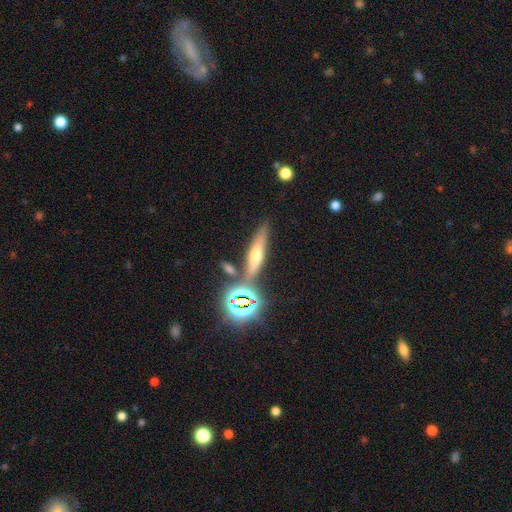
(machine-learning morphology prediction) A featured or disk galaxy (38%). Merging: none (76%).